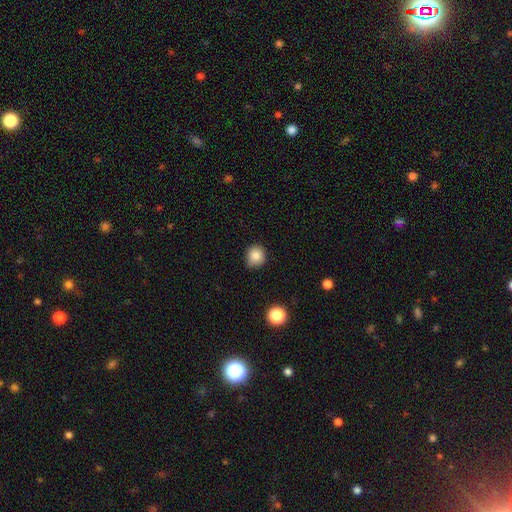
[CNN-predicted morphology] A smooth galaxy with no disk features (84%) that is round (88%).

Vote fractions:
- Smooth or featured? smooth: 84% / star or artifact: 10% / featured or disk: 5%
- How rounded? round: 88% / in between: 11% / cigar-shaped: 1%
- Merging? none: 82% / minor disturbance: 15% / major disturbance: 2% / merger: 1%